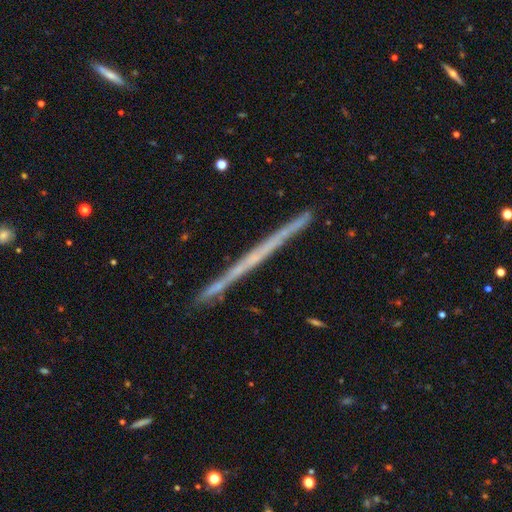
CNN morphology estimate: featured or disk 64%, smooth 28%, star or artifact 8%. Down the decision tree: edge-on disk — yes (98%); edge-on bulge — none (90%); merging — none (90%).